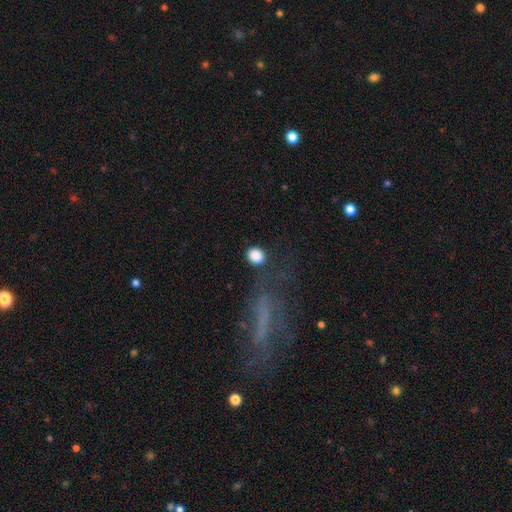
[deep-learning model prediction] This appears to be a smooth galaxy with no disk features (87%) that is round (80%). Merging: none (76%).